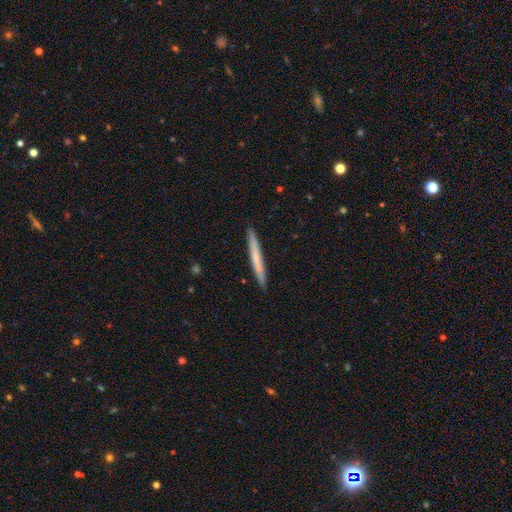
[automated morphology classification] Overall: smooth (59%; featured or disk 36%). How rounded: cigar-shaped (97%). Merging: none (89%).